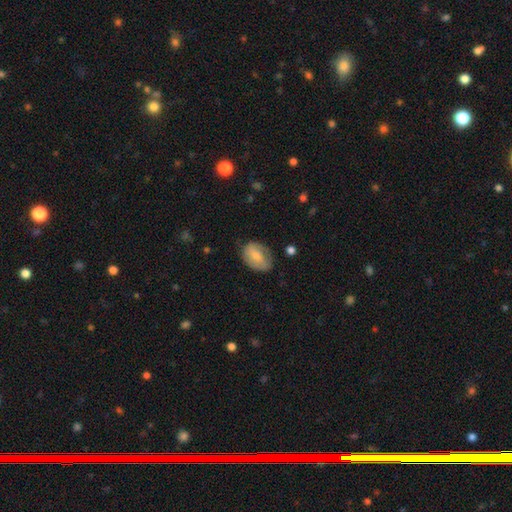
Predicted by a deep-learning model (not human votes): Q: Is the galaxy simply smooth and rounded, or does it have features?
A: smooth — 68%.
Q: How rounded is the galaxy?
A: in between — 78%.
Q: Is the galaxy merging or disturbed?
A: none — 65%.